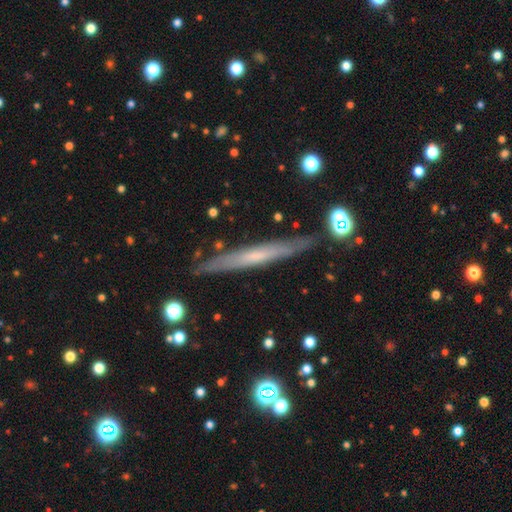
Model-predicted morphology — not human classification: Smooth or featured: featured or disk — 52% (smooth — 41%)
Edge-on disk: yes — 92% (no — 8%)
Merging: none — 86% (minor disturbance — 10%)